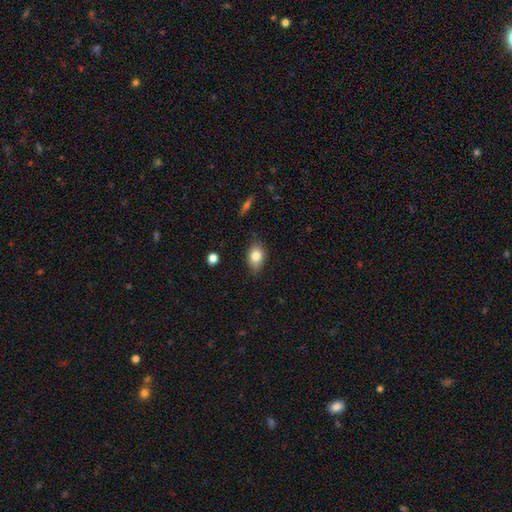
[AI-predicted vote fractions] This appears to be a smooth galaxy with no disk features (81%) that is in between round and cigar-shaped (83%). Merging: none (80%).